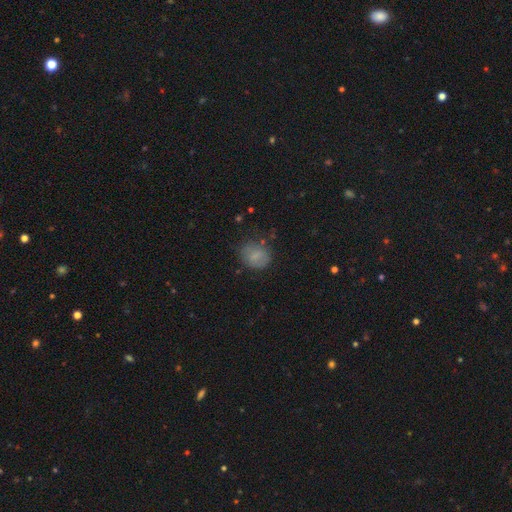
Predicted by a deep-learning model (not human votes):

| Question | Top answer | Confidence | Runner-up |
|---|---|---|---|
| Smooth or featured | smooth | 75% | featured or disk (15%) |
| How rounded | round | 63% | in between (36%) |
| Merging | none | 69% | minor disturbance (21%) |